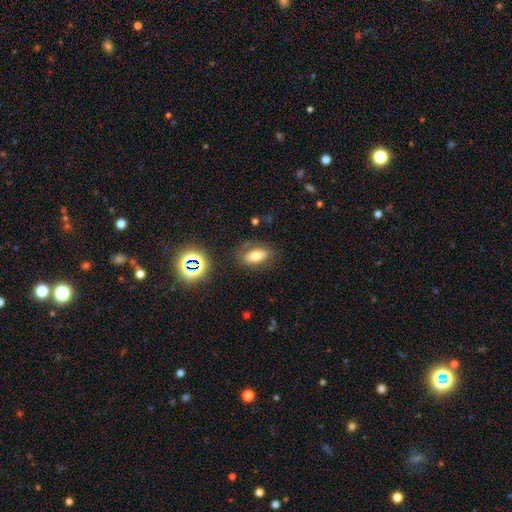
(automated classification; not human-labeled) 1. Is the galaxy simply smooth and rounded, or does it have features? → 64% smooth, 22% featured or disk, 14% star or artifact.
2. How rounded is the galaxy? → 87% in between, 7% round, 6% cigar-shaped.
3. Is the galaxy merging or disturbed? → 75% none, 16% minor disturbance, 7% major disturbance, 3% merger.